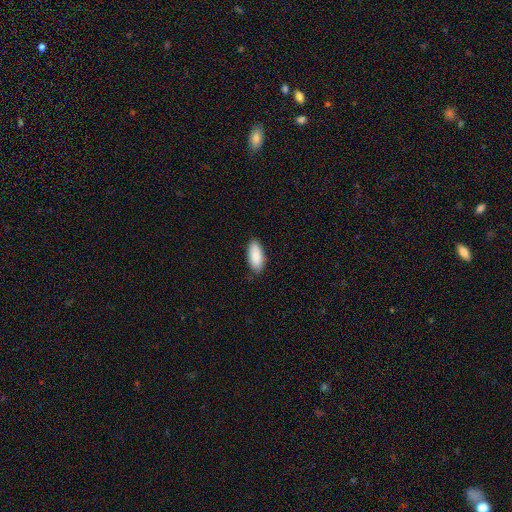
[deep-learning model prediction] smooth_or_featured: smooth (p=0.89) [alt: star or artifact p=0.06]
how_rounded: in between (p=0.86) [alt: cigar-shaped p=0.12]
merging: none (p=0.79) [alt: minor disturbance p=0.17]